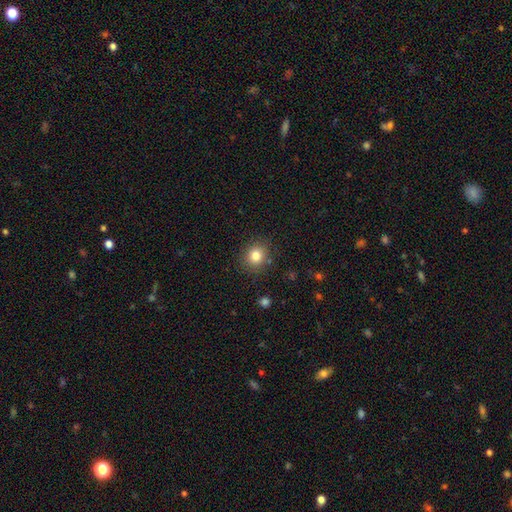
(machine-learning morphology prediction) type=smooth (81%); roundness=round (80%); merging=none (86%).